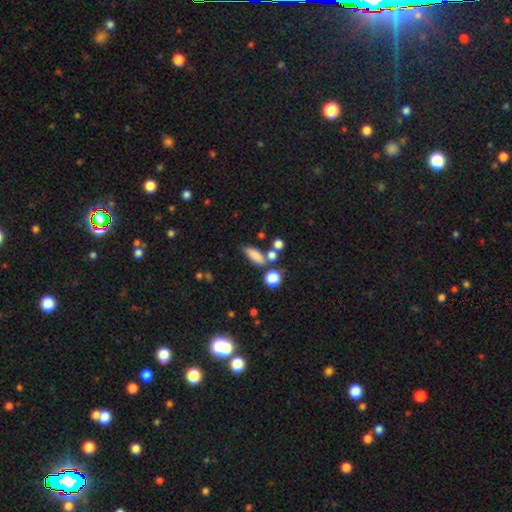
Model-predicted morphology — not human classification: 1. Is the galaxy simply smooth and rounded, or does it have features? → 80% smooth, 11% star or artifact, 9% featured or disk.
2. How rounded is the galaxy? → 63% in between, 28% cigar-shaped, 8% round.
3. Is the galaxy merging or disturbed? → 61% none, 17% merger, 16% minor disturbance, 6% major disturbance.